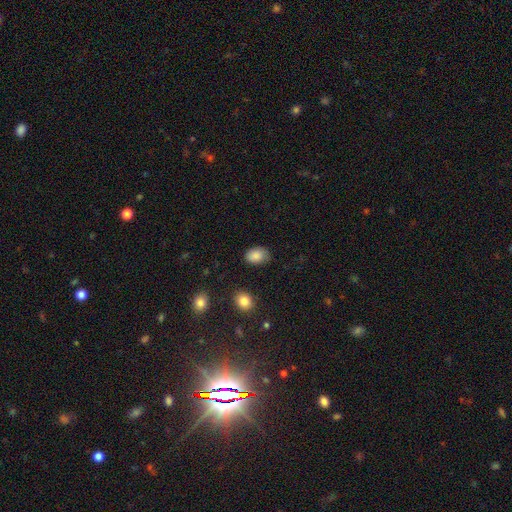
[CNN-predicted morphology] Smooth or featured? smooth (87%)
How rounded? in between (80%)
Merging? none (77%)